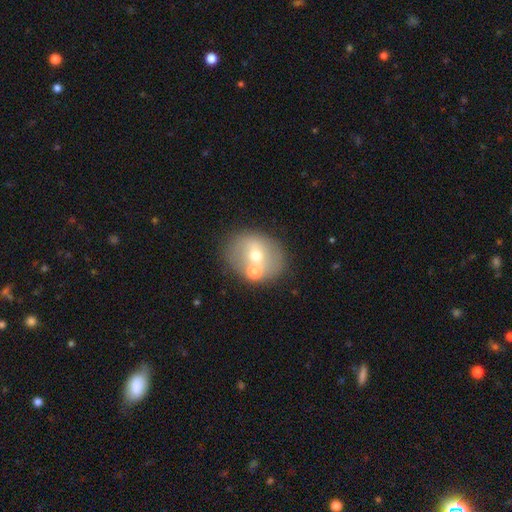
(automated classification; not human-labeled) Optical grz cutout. It shows a smooth galaxy with no disk features (50%). Merging: none (64%).